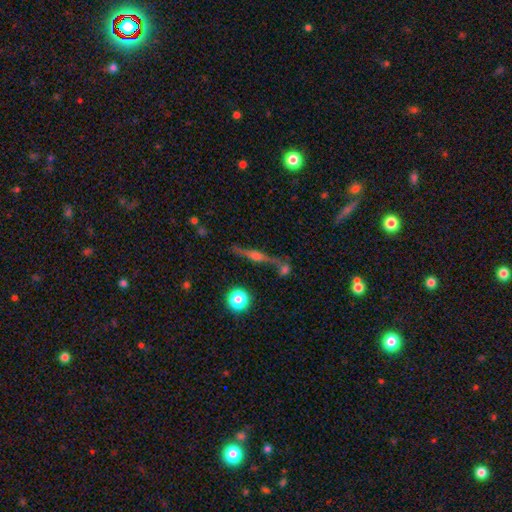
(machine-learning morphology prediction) Smooth or featured?
  - featured or disk: 68% *
  - smooth: 19%
  - star or artifact: 13%
Edge-on disk?
  - yes: 92% *
  - no: 8%
Edge-on bulge?
  - rounded: 83% *
  - boxy: 10%
  - none: 6%
Merging?
  - none: 69% *
  - minor disturbance: 13%
  - merger: 12%
  - major disturbance: 5%